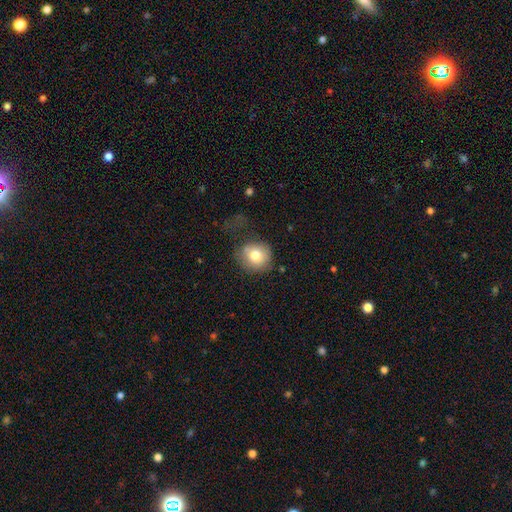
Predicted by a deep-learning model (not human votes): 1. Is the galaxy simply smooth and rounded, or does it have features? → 76% smooth, 14% featured or disk, 10% star or artifact.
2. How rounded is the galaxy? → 82% round, 17% in between, 1% cigar-shaped.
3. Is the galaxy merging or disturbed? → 54% none, 25% minor disturbance, 18% major disturbance, 3% merger.